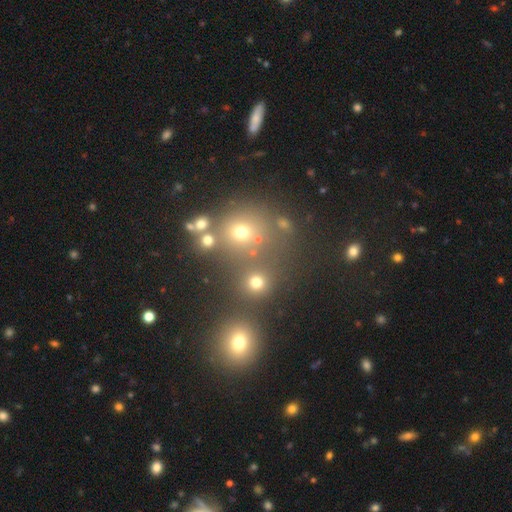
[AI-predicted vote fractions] Morphology: type=smooth (45%); merging=none (59%).